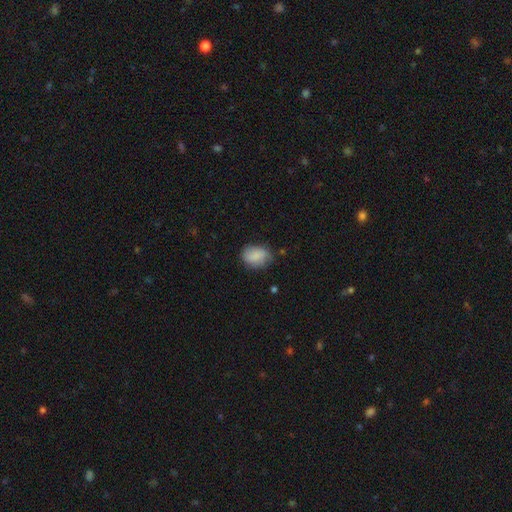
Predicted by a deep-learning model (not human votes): Smooth or featured? Predicted: smooth (p=0.79). How rounded? Predicted: in between (p=0.69). Merging? Predicted: none (p=0.65).